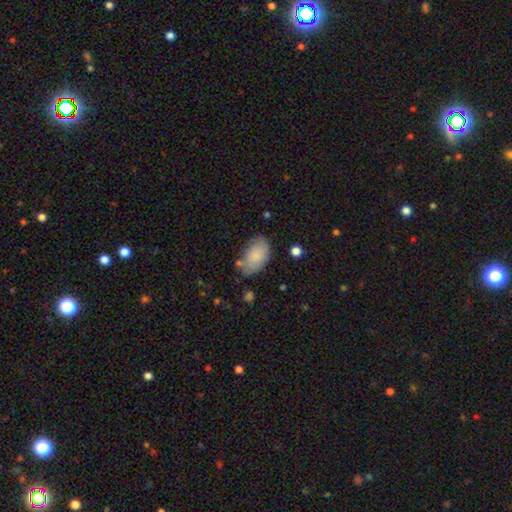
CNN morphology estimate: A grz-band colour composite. It shows a smooth galaxy with no disk features (83%) that is in between round and cigar-shaped (93%). Merging: none (65%).